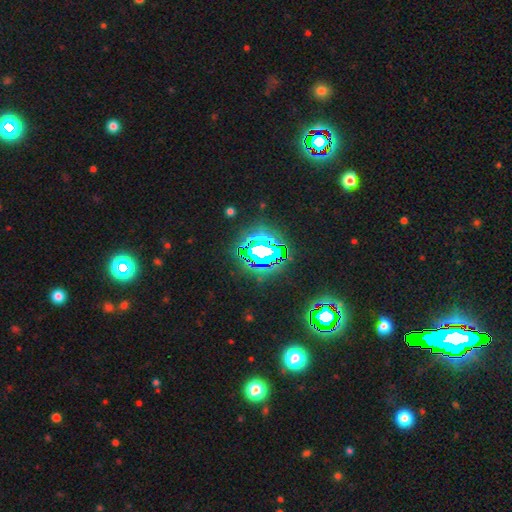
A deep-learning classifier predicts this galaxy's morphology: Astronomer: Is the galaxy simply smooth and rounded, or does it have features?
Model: star or artifact — 73%.